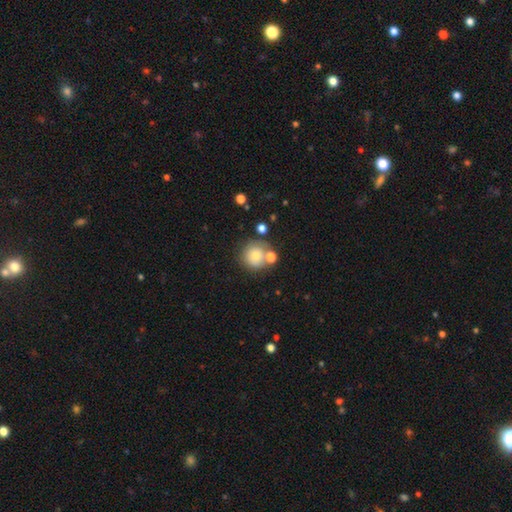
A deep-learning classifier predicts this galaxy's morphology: smooth_or_featured: smooth (p=0.74) [alt: featured or disk p=0.16]
how_rounded: round (p=0.91) [alt: in between p=0.08]
merging: none (p=0.60) [alt: merger p=0.22]